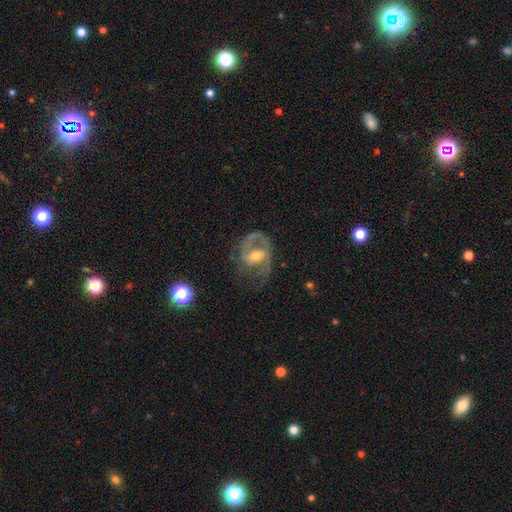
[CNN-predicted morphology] featured or disk 79%, smooth 14%, star or artifact 7%. Down the decision tree: edge-on disk — no (97%); bar — weak (47%); spiral arms — yes (85%); spiral arm count — 2 (59%); spiral winding — medium (50%); bulge size — moderate (55%); merging — none (49%).